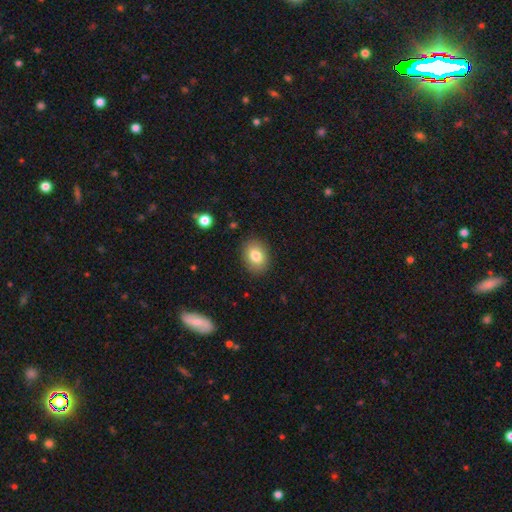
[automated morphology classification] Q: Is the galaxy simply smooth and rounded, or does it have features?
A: smooth — 81%.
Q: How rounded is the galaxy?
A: in between — 67%.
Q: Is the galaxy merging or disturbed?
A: none — 88%.